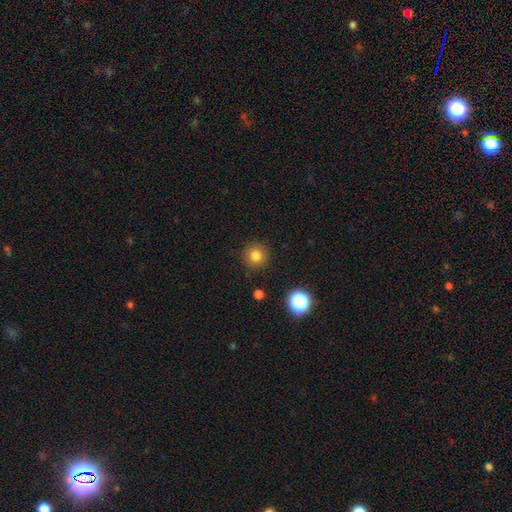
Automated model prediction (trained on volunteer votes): A smooth galaxy with no disk features (81%) that is round (94%). Merging: none (90%).